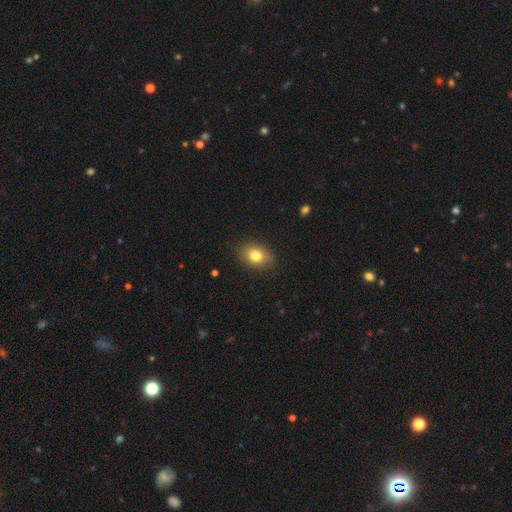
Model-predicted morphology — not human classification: Smooth or featured? smooth (79%)
How rounded? in between (70%)
Merging? none (84%)